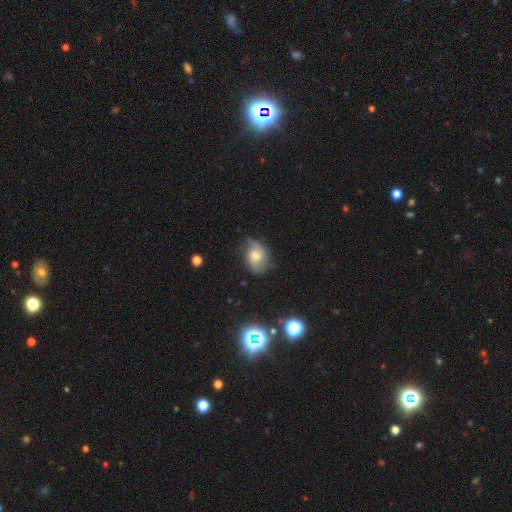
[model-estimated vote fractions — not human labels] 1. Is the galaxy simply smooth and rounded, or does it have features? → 61% featured or disk, 29% smooth, 10% star or artifact.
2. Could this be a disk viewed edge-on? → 96% no, 4% yes.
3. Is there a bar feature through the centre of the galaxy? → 64% no, 31% weak, 5% strong.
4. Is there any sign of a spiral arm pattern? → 90% yes, 10% no.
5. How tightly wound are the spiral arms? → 41% medium, 39% loose, 20% tight.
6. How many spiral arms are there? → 74% 2, 11% can't tell, 10% 1, 3% 3, 1% 4, 1% more than 4.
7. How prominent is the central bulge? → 53% moderate, 34% small, 7% large, 4% none, 2% dominant.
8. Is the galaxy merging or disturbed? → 60% none, 27% minor disturbance, 12% major disturbance, 2% merger.